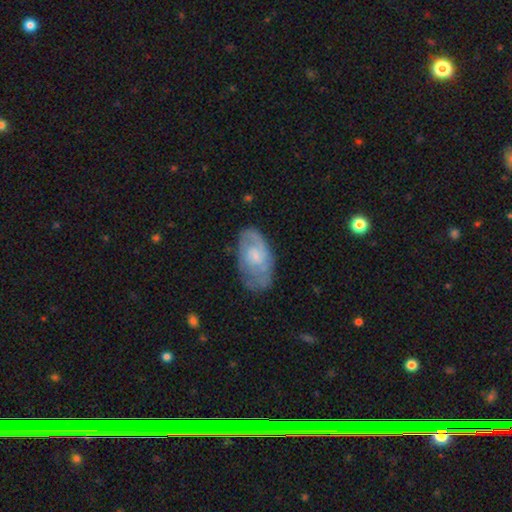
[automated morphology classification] smooth_or_featured: featured or disk (p=0.63) [alt: smooth p=0.31]
disk_edge_on: no (p=0.96) [alt: yes p=0.04]
bar: no (p=0.65) [alt: weak p=0.31]
has_spiral_arms: yes (p=0.78) [alt: no p=0.22]
bulge_size: small (p=0.46) [alt: moderate p=0.30]
merging: none (p=0.63) [alt: minor disturbance p=0.24]